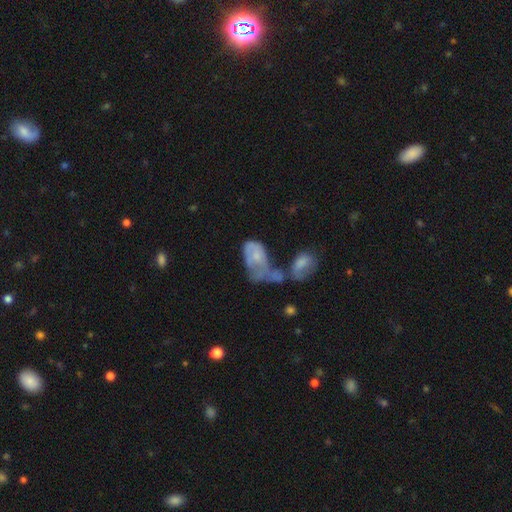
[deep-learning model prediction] Q: Smooth or featured?
A: smooth (50%); runner-up: featured or disk (41%)
Q: Merging?
A: merger (57%); runner-up: major disturbance (22%)